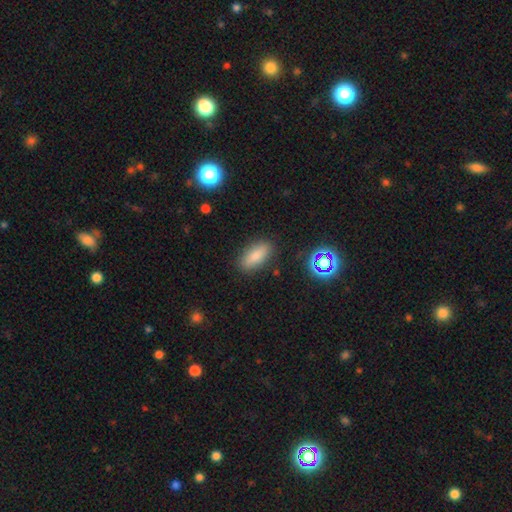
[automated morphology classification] Smooth or featured? Predicted: smooth (p=0.81). How rounded? Predicted: in between (p=0.81). Merging? Predicted: none (p=0.85).